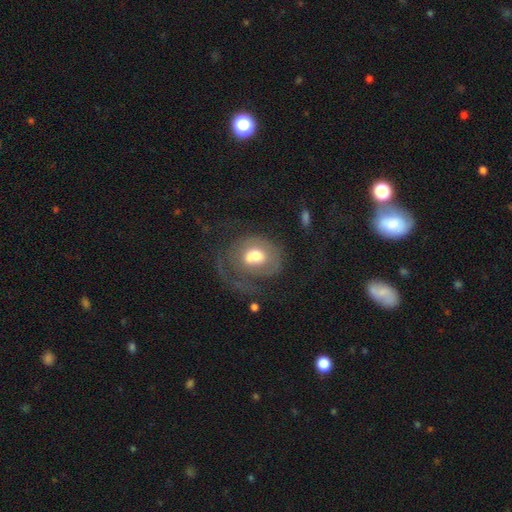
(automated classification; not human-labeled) smooth-or-featured: featured or disk: 52% | smooth: 40% | star or artifact: 8%
  disk-edge-on: no: 96% | yes: 4%
  merging: major disturbance: 42% | none: 27% | minor disturbance: 16% | merger: 14%